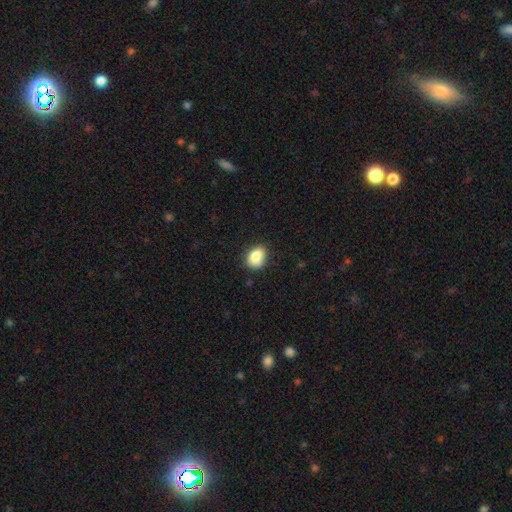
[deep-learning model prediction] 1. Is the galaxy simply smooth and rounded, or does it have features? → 85% smooth, 9% star or artifact, 7% featured or disk.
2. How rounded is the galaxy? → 65% in between, 33% round, 1% cigar-shaped.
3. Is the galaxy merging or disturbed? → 71% none, 23% minor disturbance, 4% major disturbance, 2% merger.